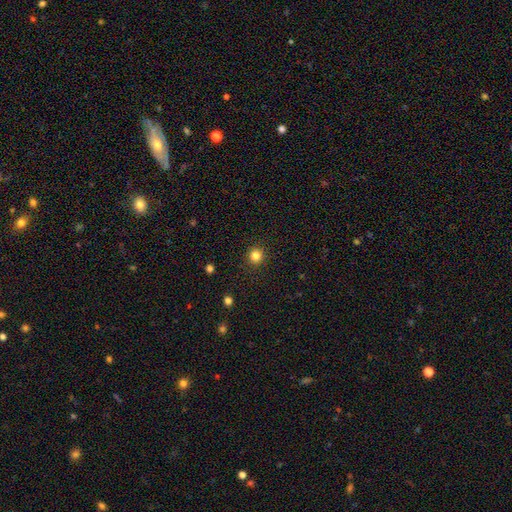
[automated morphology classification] Overall: smooth (83%). How rounded: round (94%). Merging: none (92%).